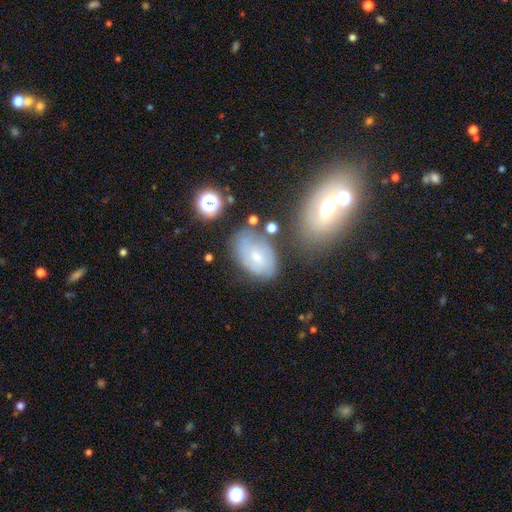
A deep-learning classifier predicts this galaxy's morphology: A featured or disk galaxy (47%). Merging: none (62%).